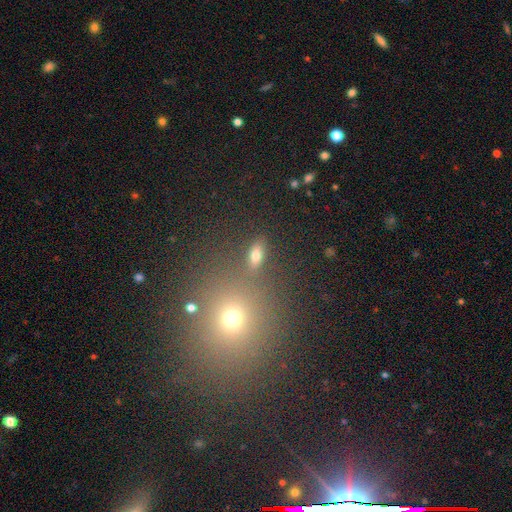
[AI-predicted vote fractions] smooth-or-featured: smooth: 67% | star or artifact: 20% | featured or disk: 13%
  how-rounded: in between: 70% | round: 19% | cigar-shaped: 11%
  merging: none: 79% | minor disturbance: 9% | merger: 8% | major disturbance: 4%